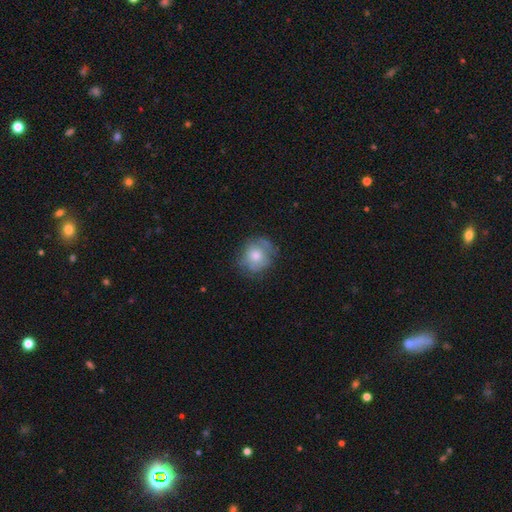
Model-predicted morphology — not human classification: A smooth galaxy with no disk features (62%) that is round (81%).

Vote fractions:
- Smooth or featured? smooth: 62% / featured or disk: 31% / star or artifact: 8%
- How rounded? round: 81% / in between: 18% / cigar-shaped: 1%
- Merging? none: 63% / minor disturbance: 25% / major disturbance: 10% / merger: 2%